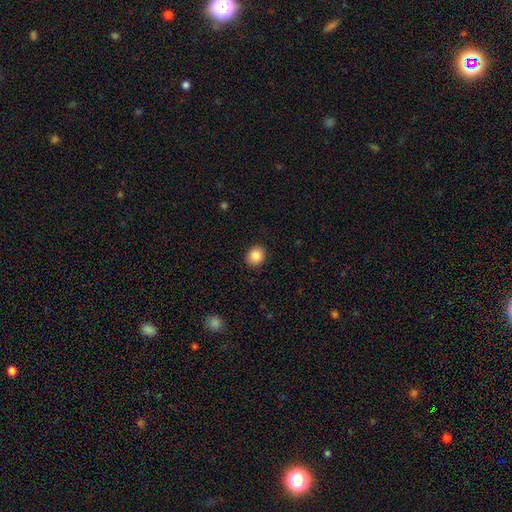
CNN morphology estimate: smooth 86%, star or artifact 9%, featured or disk 5%. Down the decision tree: how rounded — round (77%); merging — none (90%).